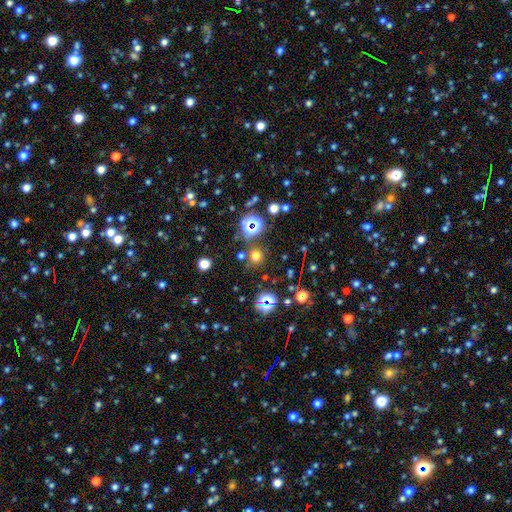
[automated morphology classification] This is likely a smooth galaxy (60%). How rounded: clearly round (91%). Merging: clearly none (80%).